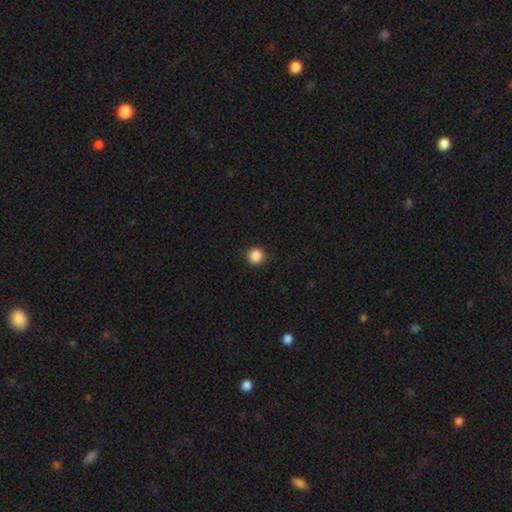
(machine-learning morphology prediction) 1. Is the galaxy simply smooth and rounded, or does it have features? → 87% smooth, 10% star or artifact, 3% featured or disk.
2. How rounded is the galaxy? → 94% round, 5% in between, 1% cigar-shaped.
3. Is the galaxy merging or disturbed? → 92% none, 5% minor disturbance, 2% major disturbance, 1% merger.